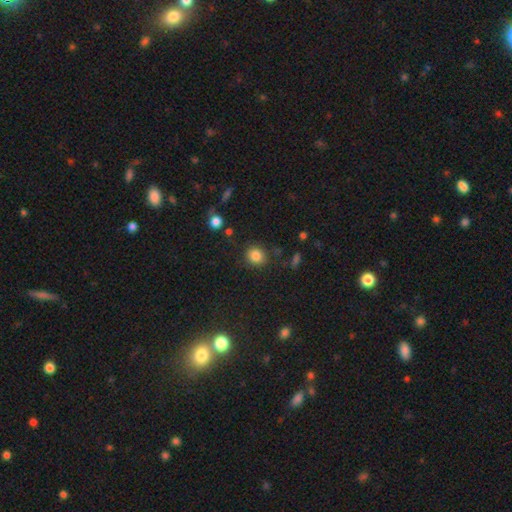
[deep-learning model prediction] Overall: smooth (83%). How rounded: round (82%). Merging: none (83%).